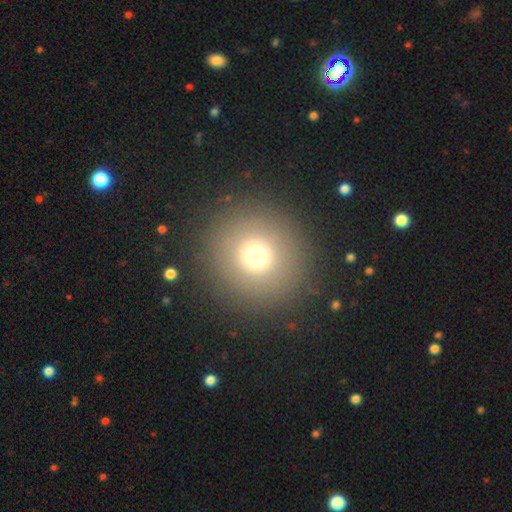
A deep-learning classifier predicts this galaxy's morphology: smooth_or_featured: smooth (p=0.71) [alt: star or artifact p=0.16]
how_rounded: round (p=0.95) [alt: in between p=0.04]
merging: none (p=0.89) [alt: minor disturbance p=0.06]